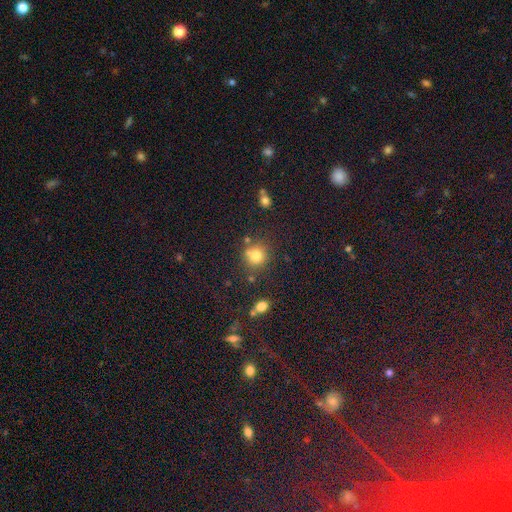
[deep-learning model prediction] A smooth galaxy with no disk features (75%) that is round (88%). Merging: none (69%).